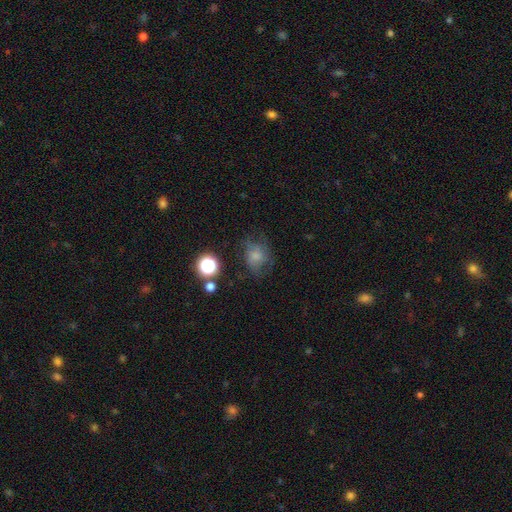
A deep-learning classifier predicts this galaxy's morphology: smooth 61%, featured or disk 23%, star or artifact 16%. Down the decision tree: how rounded — round (59%); merging — none (51%).